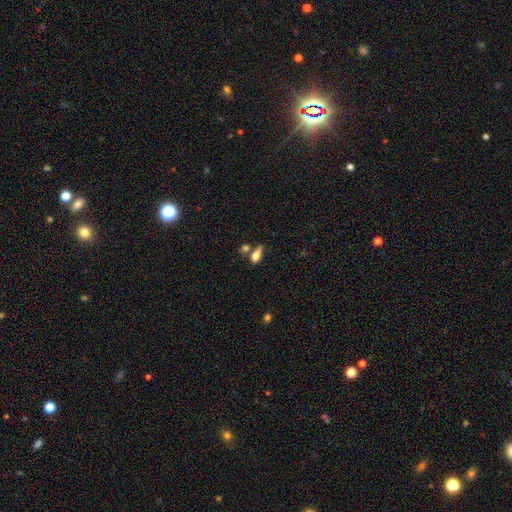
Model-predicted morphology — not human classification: smooth_or_featured: smooth (p=0.71) [alt: featured or disk p=0.19]
how_rounded: in between (p=0.79) [alt: cigar-shaped p=0.13]
merging: none (p=0.48) [alt: merger p=0.28]